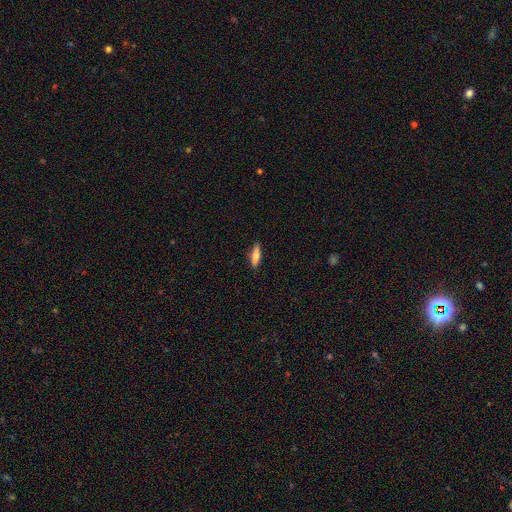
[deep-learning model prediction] Morphology: type=smooth (67%); roundness=cigar-shaped (64%); merging=none (88%).